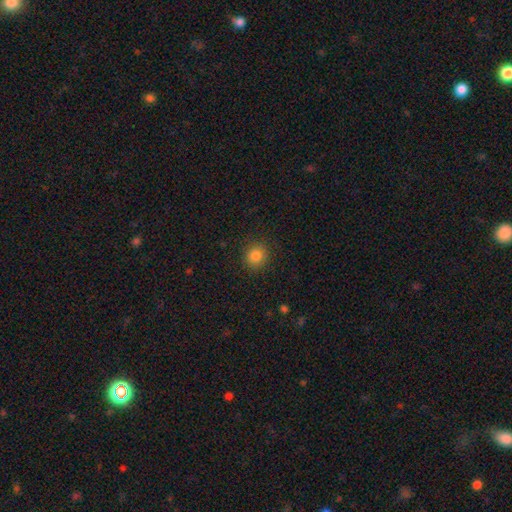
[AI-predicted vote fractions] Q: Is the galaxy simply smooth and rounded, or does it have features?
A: smooth — 84%.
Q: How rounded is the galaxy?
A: round — 82%.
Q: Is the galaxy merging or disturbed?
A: none — 89%.